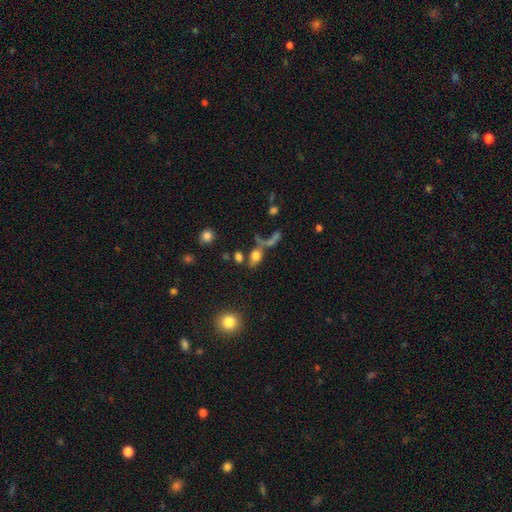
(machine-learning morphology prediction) smooth 67%, featured or disk 18%, star or artifact 14%. Down the decision tree: how rounded — in between (72%); merging — none (43%).